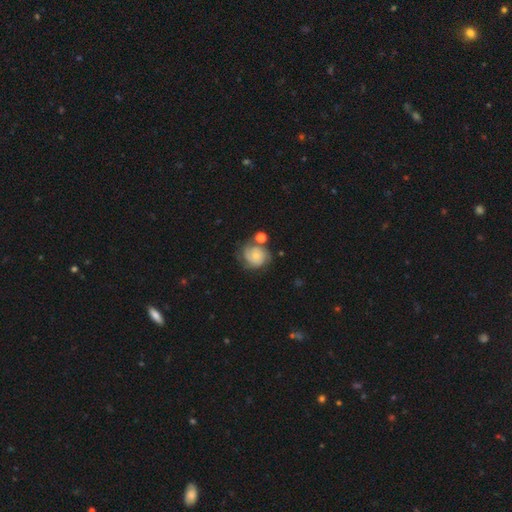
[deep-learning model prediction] The model was most divided on "spiral arm count": 2: 41%, can't tell: 27%, 3: 18%, 1: 7%, 4: 4%, more than 4: 3%. More confident: edge-on disk — no (98%); spiral arms — yes (88%); bar — no (80%); spiral winding — tight (65%); smooth or featured — featured or disk (63%); bulge size — small (63%); merging — none (57%).